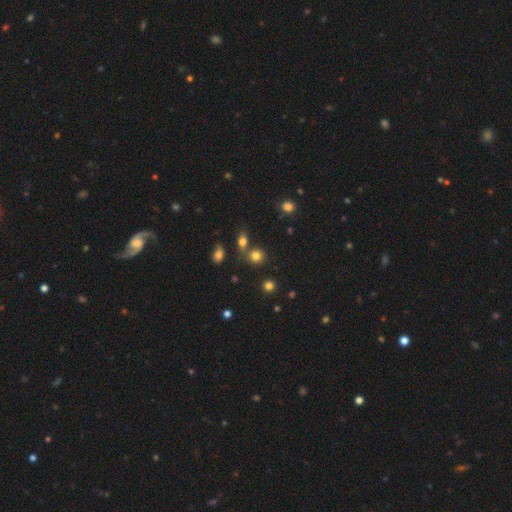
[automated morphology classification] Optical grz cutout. It shows a smooth galaxy with no disk features (78%) that is round (81%). Merging: none (66%).